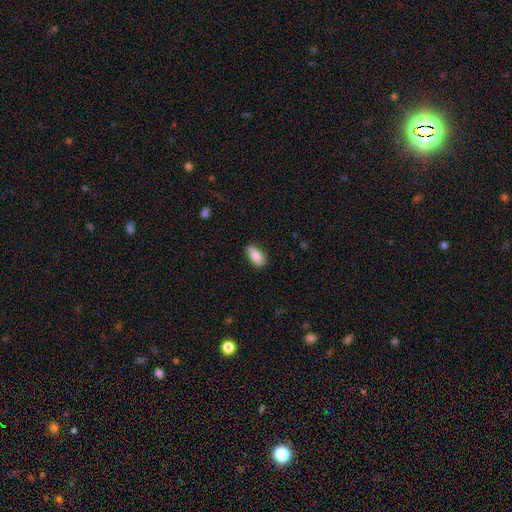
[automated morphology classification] This appears to be a smooth galaxy with no disk features (79%) that is in between round and cigar-shaped (87%). Merging: none (77%).